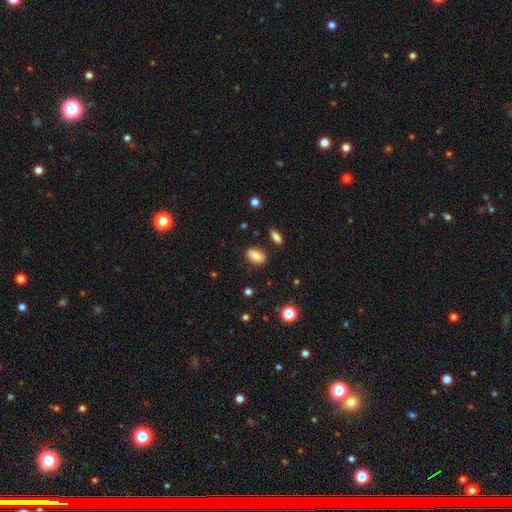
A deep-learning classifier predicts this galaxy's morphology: type=smooth (83%); roundness=in between (89%); merging=none (82%).